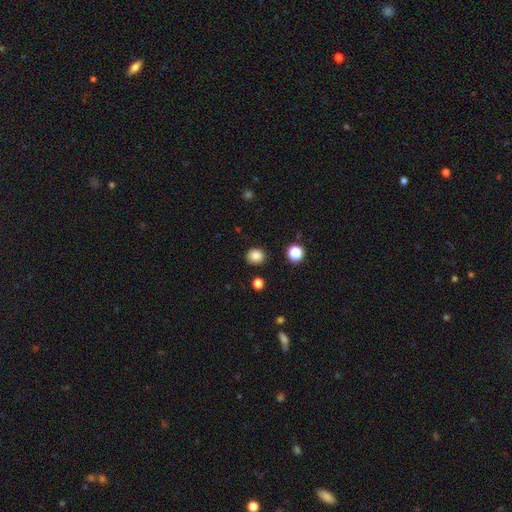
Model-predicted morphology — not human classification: This is clearly a smooth galaxy (85%). How rounded: clearly round (83%). Merging: clearly none (88%).